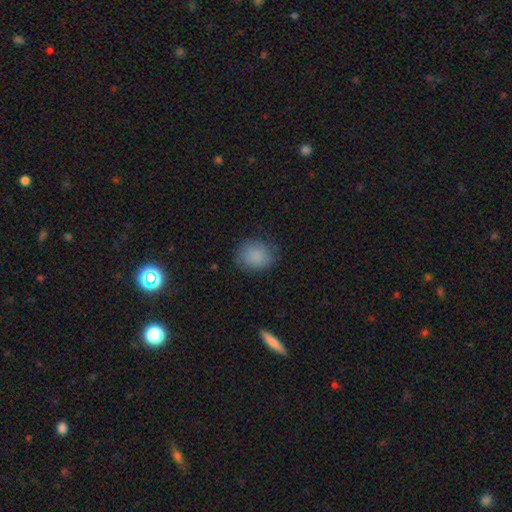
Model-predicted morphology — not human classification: Smooth or featured? smooth (87%)
How rounded? round (71%)
Merging? none (81%)